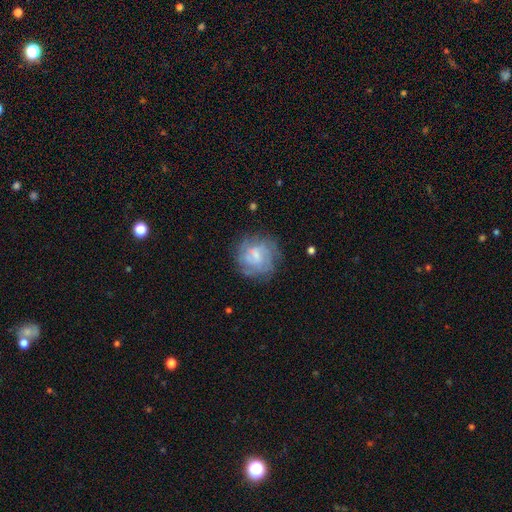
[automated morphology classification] This appears to be a featured or disk galaxy (57%) with a weak bar (50%), spiral arms (64%) and a small central bulge (44%). Merging: none (67%).